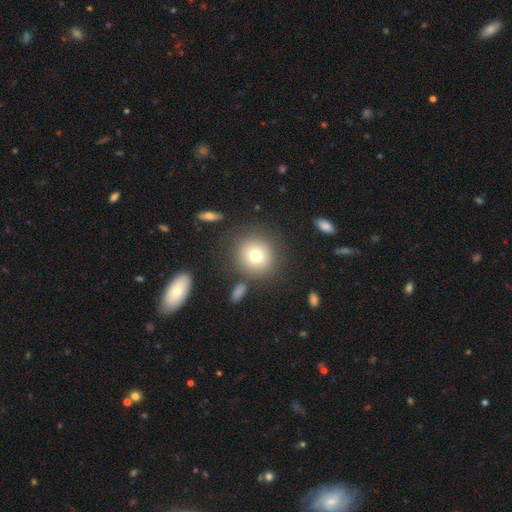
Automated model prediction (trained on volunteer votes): smooth-or-featured: smooth: 76% | featured or disk: 12% | star or artifact: 12%
  how-rounded: round: 91% | in between: 8% | cigar-shaped: 1%
  merging: none: 82% | minor disturbance: 9% | merger: 5% | major disturbance: 4%